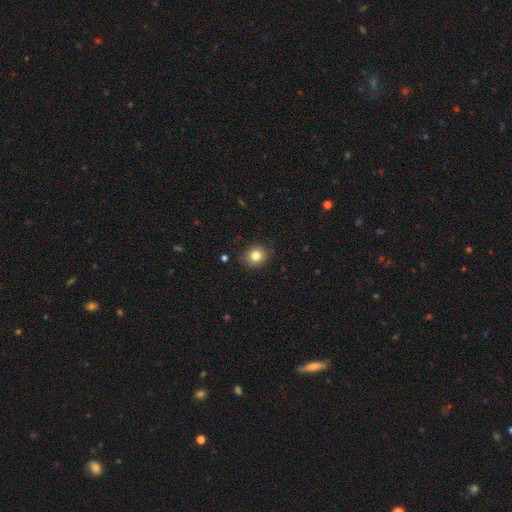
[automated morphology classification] Smooth or featured? Predicted: smooth (p=0.81). How rounded? Predicted: round (p=0.76). Merging? Predicted: none (p=0.86).